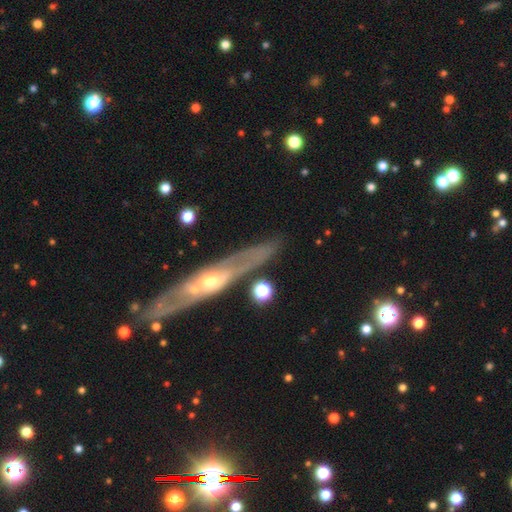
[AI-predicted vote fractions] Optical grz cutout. It shows a featured or disk galaxy (74%) viewed edge-on (63%). Merging: none (80%).